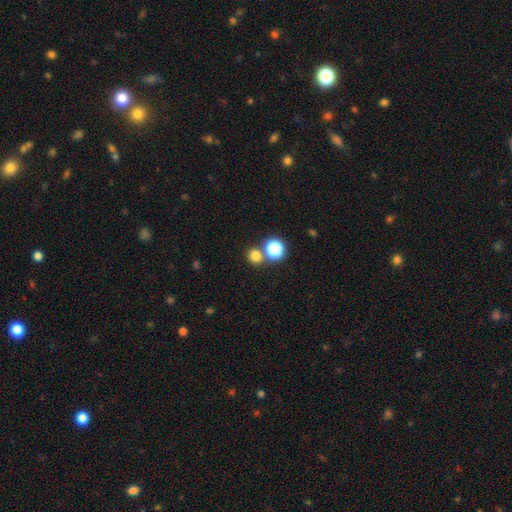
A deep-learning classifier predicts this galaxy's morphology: Overall: smooth (75%). How rounded: round (86%). Merging: none (66%).